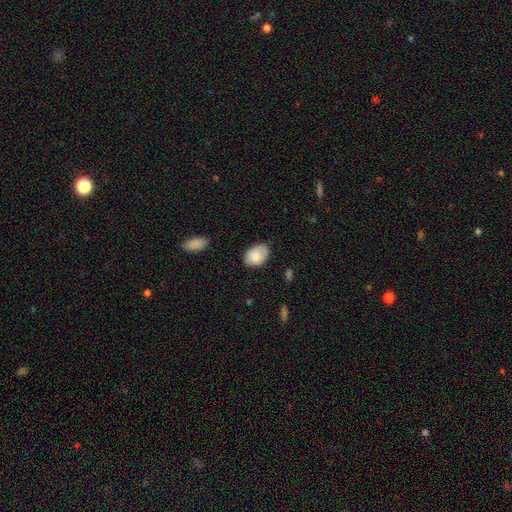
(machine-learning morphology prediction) A smooth galaxy with no disk features (84%) that is in between round and cigar-shaped (83%).

Vote fractions:
- Smooth or featured? smooth: 84% / featured or disk: 9% / star or artifact: 7%
- How rounded? in between: 83% / round: 16% / cigar-shaped: 1%
- Merging? none: 71% / minor disturbance: 23% / major disturbance: 4% / merger: 2%